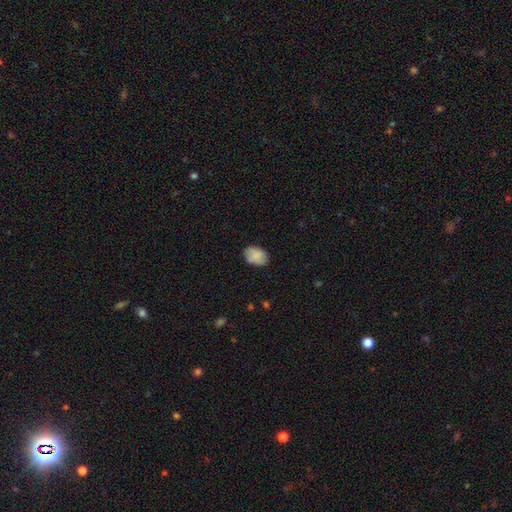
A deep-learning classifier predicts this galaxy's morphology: smooth 85%, featured or disk 8%, star or artifact 7%. Down the decision tree: how rounded — in between (81%); merging — none (78%).